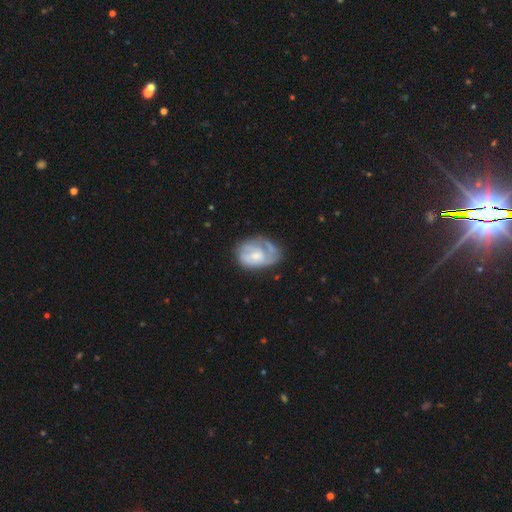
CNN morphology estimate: A featured or disk galaxy (64%) with no bar (67%), spiral arms (72%) and a small central bulge (47%). Merging: none (47%).